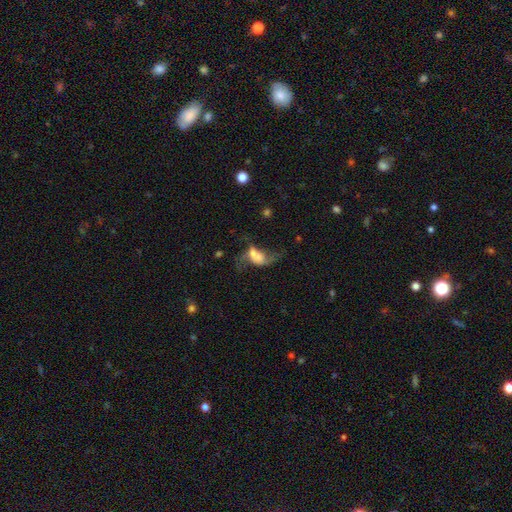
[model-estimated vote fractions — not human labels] The model was most divided on "bulge size": moderate: 35%, small: 29%, large: 15%, none: 15%, dominant: 5%. More confident: edge-on disk — no (96%); bar — no (68%); spiral arms — yes (67%); smooth or featured — featured or disk (52%); merging — merger (50%).